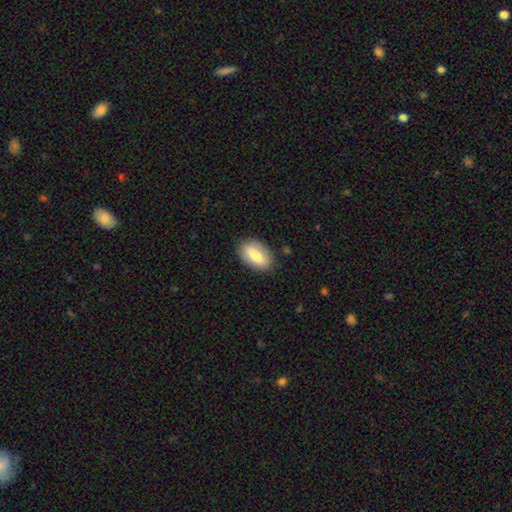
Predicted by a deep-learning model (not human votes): A smooth galaxy with no disk features (66%) that is in between round and cigar-shaped (90%). Merging: none (85%).